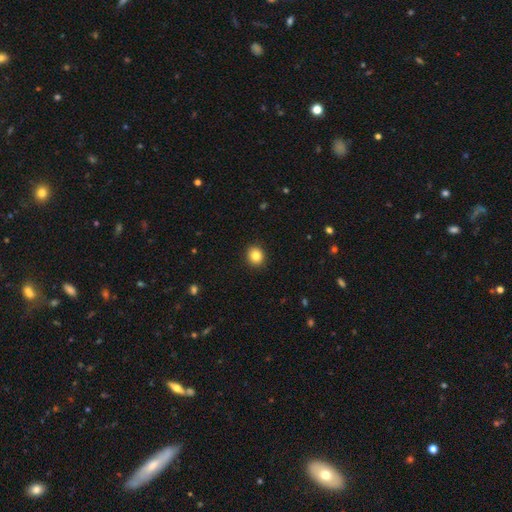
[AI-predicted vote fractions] Morphology: type=smooth (84%); roundness=round (81%); merging=none (92%).